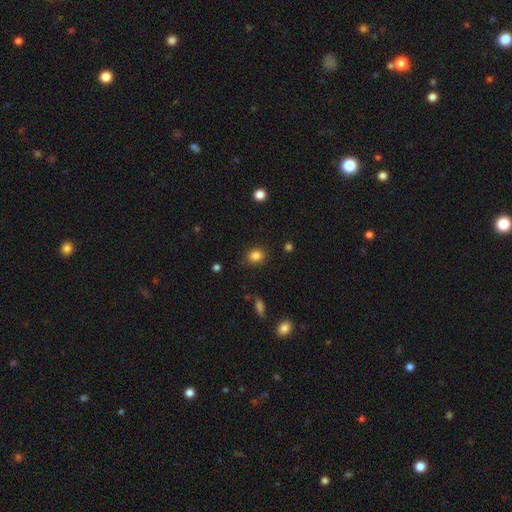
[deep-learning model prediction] This appears to be a smooth galaxy with no disk features (85%) that is round (54%). Merging: none (85%).